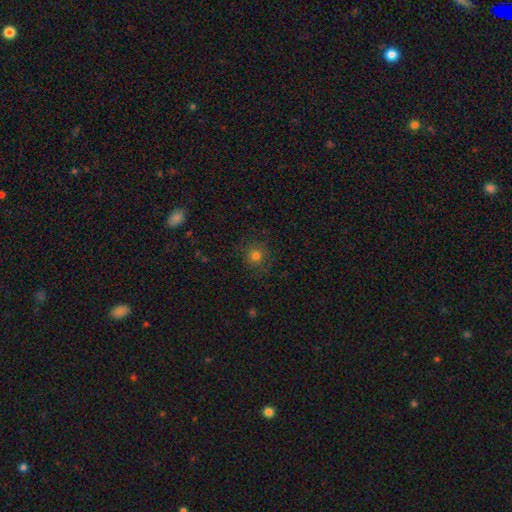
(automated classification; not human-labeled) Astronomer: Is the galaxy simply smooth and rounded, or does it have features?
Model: smooth — 75%.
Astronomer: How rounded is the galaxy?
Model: round — 91%.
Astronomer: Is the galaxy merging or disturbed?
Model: none — 83%.